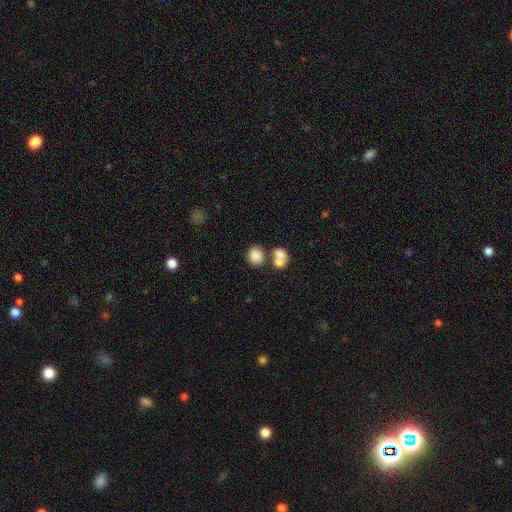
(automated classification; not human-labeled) Overall: smooth (82%). How rounded: round (78%). Merging: none (51%; merger 37%).